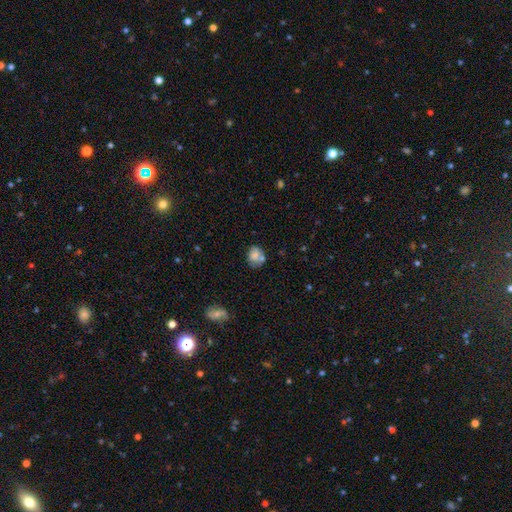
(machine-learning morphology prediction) This appears to be a smooth galaxy with no disk features (71%) that is round (51%). Merging: none (50%).